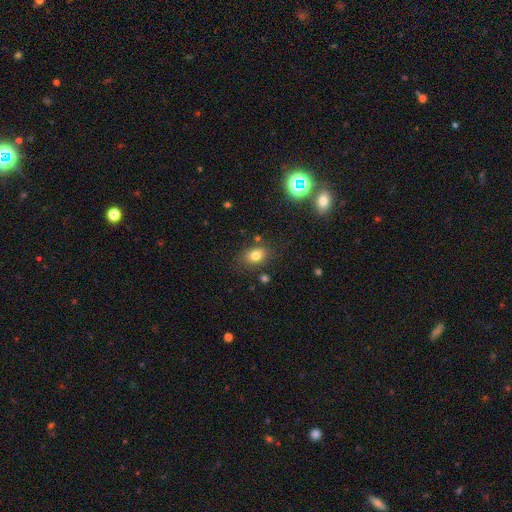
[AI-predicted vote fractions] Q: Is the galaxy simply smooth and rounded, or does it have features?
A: smooth — 77%.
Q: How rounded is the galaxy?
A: in between — 68%.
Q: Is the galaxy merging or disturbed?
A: none — 77%.